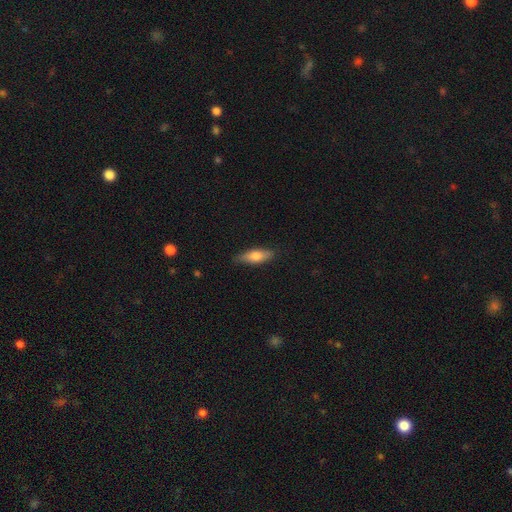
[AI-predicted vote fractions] Smooth or featured: smooth — 67% (featured or disk — 27%)
How rounded: in between — 53% (cigar-shaped — 45%)
Merging: none — 83% (minor disturbance — 13%)